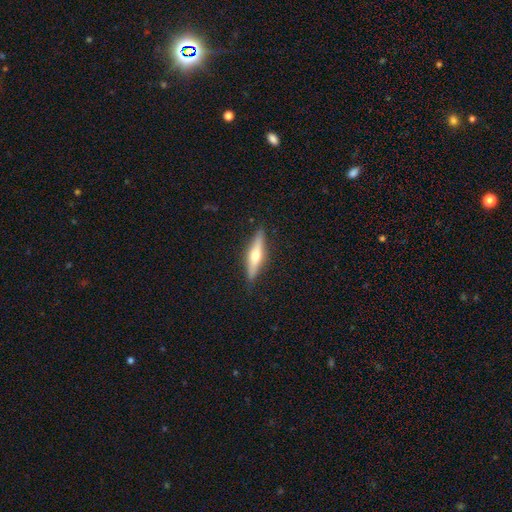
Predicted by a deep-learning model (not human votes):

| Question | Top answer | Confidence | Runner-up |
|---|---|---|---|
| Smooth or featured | featured or disk | 56% | smooth (39%) |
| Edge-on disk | yes | 94% | no (6%) |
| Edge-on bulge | rounded | 92% | none (5%) |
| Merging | none | 88% | minor disturbance (9%) |